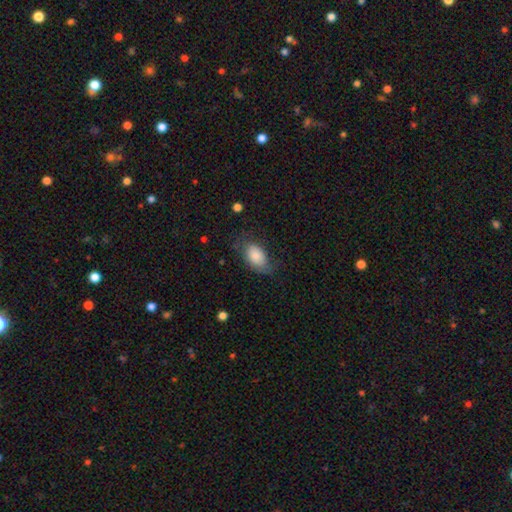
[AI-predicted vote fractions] smooth 81%, featured or disk 13%, star or artifact 7%. Down the decision tree: how rounded — in between (91%); merging — none (57%).